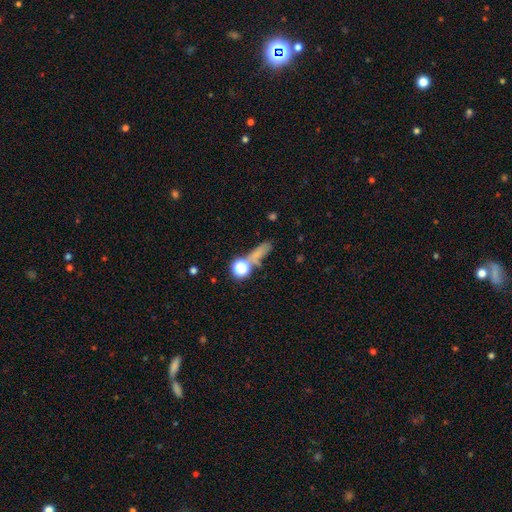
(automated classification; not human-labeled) Smooth or featured? Predicted: smooth (p=0.59). How rounded? Predicted: cigar-shaped (p=0.47). Merging? Predicted: none (p=0.53).